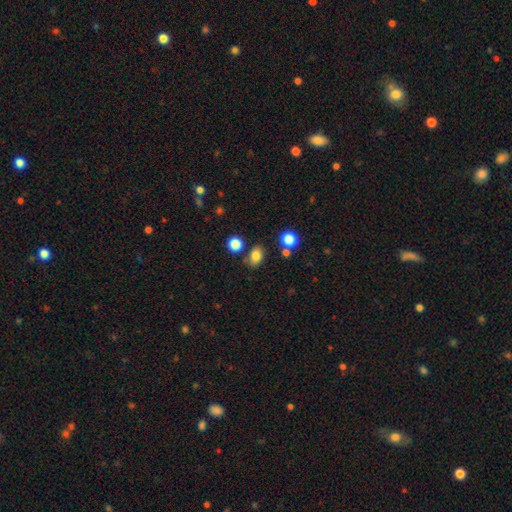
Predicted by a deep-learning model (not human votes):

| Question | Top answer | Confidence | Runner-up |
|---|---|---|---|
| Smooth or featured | smooth | 81% | star or artifact (12%) |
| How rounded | in between | 67% | round (32%) |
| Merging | none | 73% | minor disturbance (14%) |